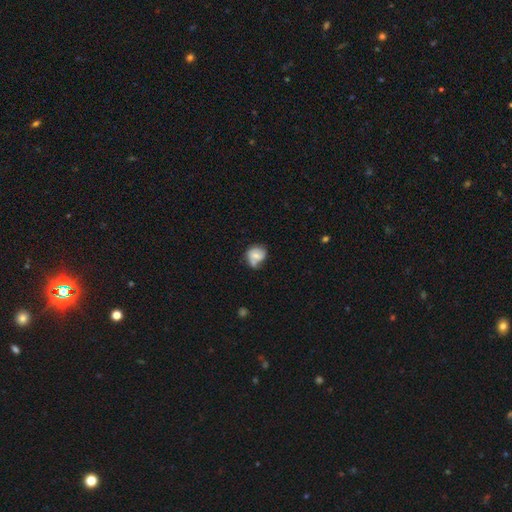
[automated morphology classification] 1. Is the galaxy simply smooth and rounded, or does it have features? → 54% smooth, 37% featured or disk, 9% star or artifact.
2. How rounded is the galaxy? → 64% round, 35% in between, 1% cigar-shaped.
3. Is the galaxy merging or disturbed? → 43% none, 29% minor disturbance, 14% major disturbance, 14% merger.